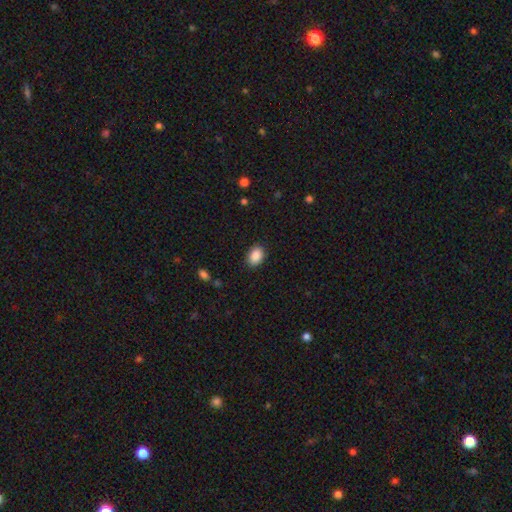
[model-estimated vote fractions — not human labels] A smooth galaxy with no disk features (89%) that is in between round and cigar-shaped (79%). Merging: none (88%).